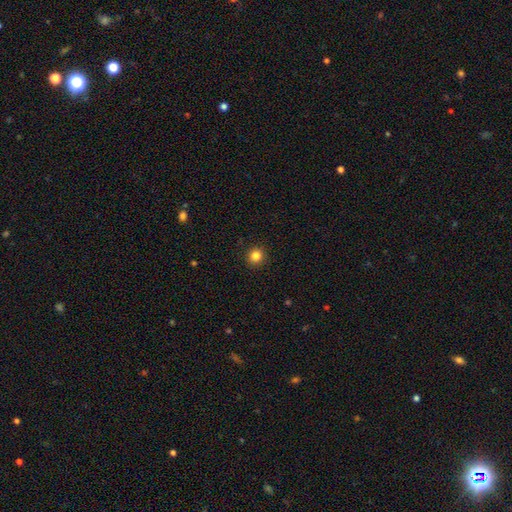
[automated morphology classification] Smooth or featured? smooth (83%)
How rounded? round (92%)
Merging? none (92%)